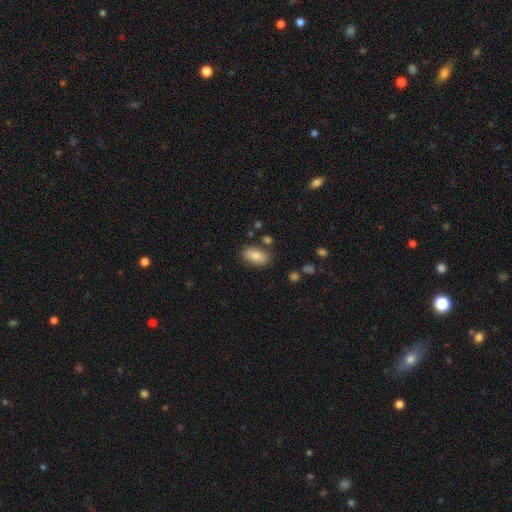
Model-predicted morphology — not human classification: A smooth galaxy with no disk features (81%) that is in between round and cigar-shaped (92%).

Vote fractions:
- Smooth or featured? smooth: 81% / featured or disk: 12% / star or artifact: 7%
- How rounded? in between: 92% / round: 5% / cigar-shaped: 4%
- Merging? none: 81% / minor disturbance: 12% / merger: 4% / major disturbance: 3%